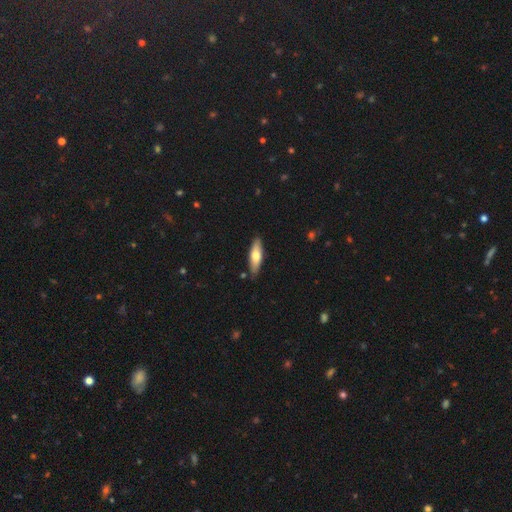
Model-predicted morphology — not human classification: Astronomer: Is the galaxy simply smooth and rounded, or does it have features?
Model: smooth — 64%.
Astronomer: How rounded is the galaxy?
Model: cigar-shaped — 53% (runner-up: in between, 45%).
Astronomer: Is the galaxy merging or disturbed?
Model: none — 86%.